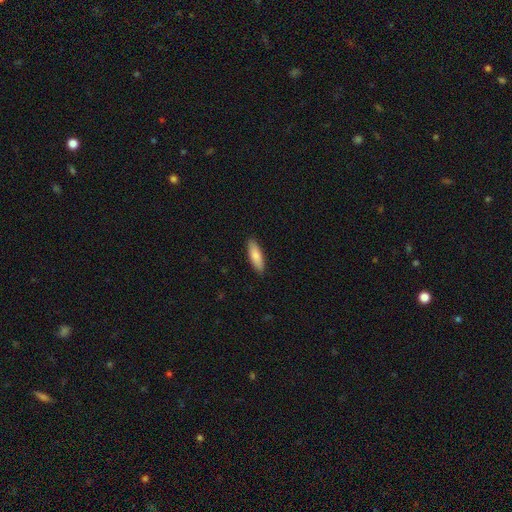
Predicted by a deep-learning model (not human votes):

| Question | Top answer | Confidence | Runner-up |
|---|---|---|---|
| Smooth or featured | smooth | 81% | featured or disk (13%) |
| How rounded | in between | 50% | cigar-shaped (48%) |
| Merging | none | 90% | minor disturbance (8%) |